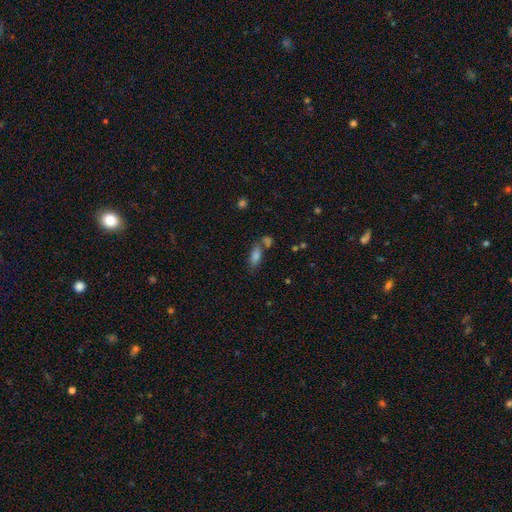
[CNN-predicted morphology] This appears to be a smooth galaxy with no disk features (74%) that is in between round and cigar-shaped (79%). Merging: none (57%).